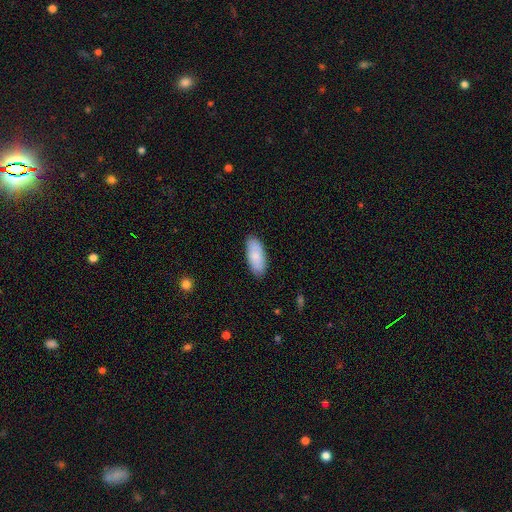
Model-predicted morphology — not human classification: A smooth galaxy with no disk features (84%) that is in between round and cigar-shaped (86%).

Vote fractions:
- Smooth or featured? smooth: 84% / featured or disk: 10% / star or artifact: 6%
- How rounded? in between: 86% / cigar-shaped: 12% / round: 2%
- Merging? none: 87% / minor disturbance: 10% / major disturbance: 2% / merger: 1%